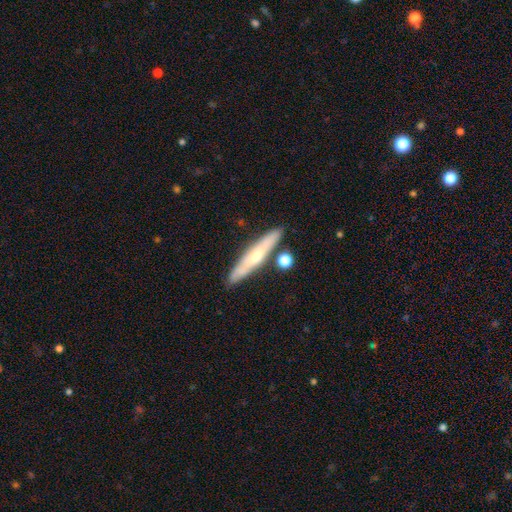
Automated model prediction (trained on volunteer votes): This is possibly a featured or disk galaxy (47%). Merging: likely none (78%).